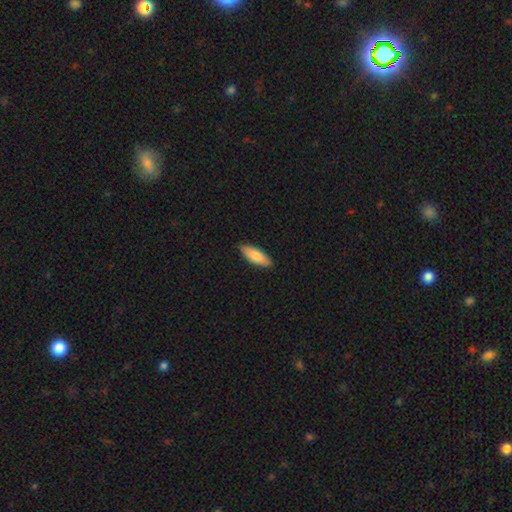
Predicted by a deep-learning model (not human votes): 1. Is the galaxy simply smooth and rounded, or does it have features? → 81% smooth, 13% featured or disk, 5% star or artifact.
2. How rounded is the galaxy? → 62% in between, 36% cigar-shaped, 2% round.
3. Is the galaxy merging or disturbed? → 89% none, 9% minor disturbance, 2% major disturbance, 1% merger.